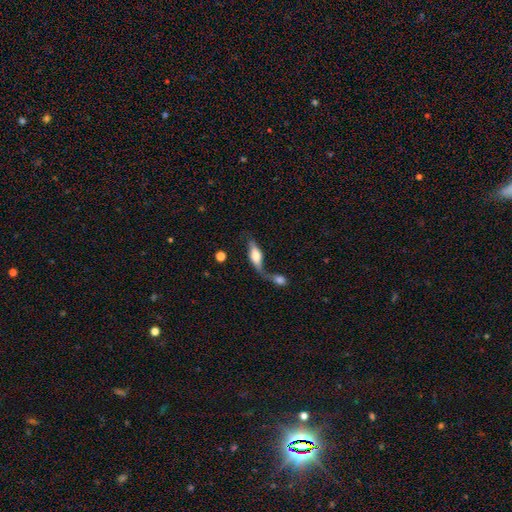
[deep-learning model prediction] Q: Smooth or featured?
A: smooth (50%); runner-up: featured or disk (43%)
Q: Merging?
A: merger (51%); runner-up: none (26%)